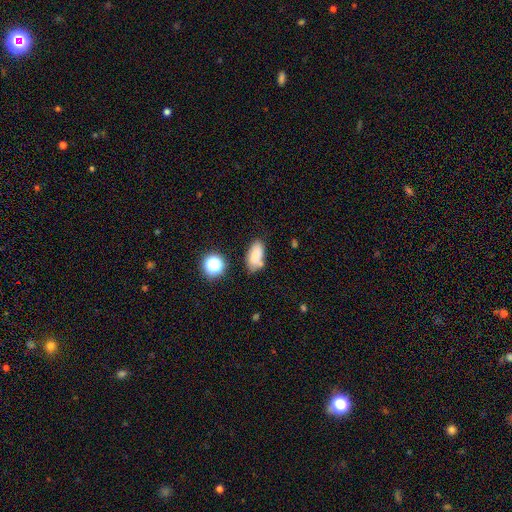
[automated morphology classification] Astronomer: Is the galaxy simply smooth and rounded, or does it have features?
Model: smooth — 77%.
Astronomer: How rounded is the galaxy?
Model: in between — 88%.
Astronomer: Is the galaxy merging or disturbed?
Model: none — 59%.